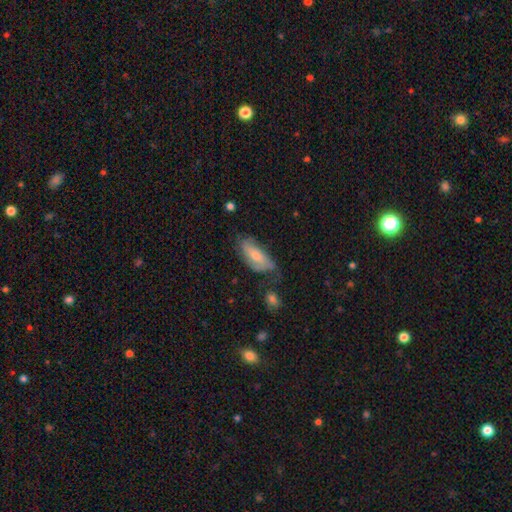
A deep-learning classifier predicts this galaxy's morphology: Smooth or featured: featured or disk — 50% (smooth — 42%)
Edge-on disk: no — 84% (yes — 16%)
Merging: none — 54% (minor disturbance — 30%)